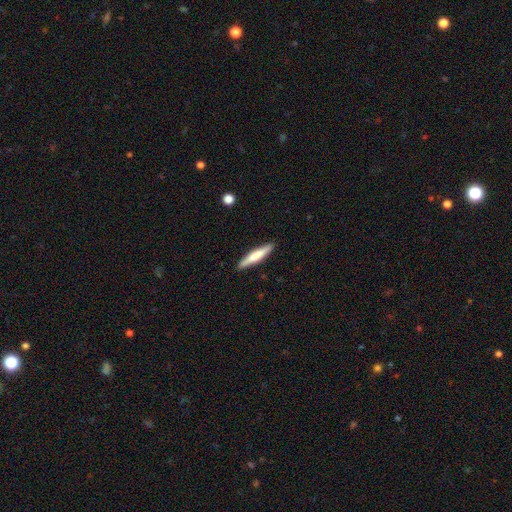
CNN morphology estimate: Smooth or featured? Predicted: smooth (p=0.66). How rounded? Predicted: cigar-shaped (p=0.90). Merging? Predicted: none (p=0.90).